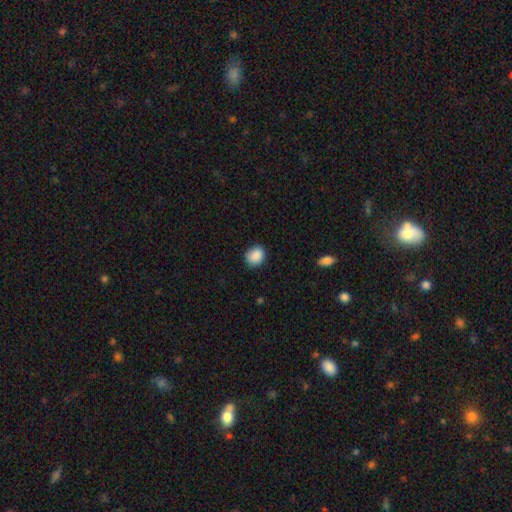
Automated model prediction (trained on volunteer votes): This appears to be a smooth galaxy with no disk features (89%) that is round (62%). Merging: none (82%).